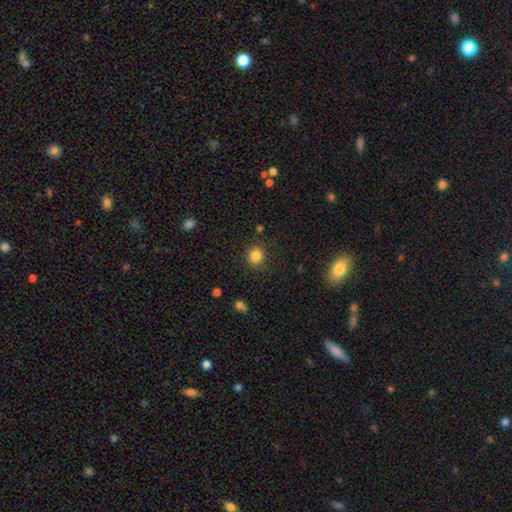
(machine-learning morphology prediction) smooth-or-featured: smooth: 84% | star or artifact: 12% | featured or disk: 4%
  how-rounded: round: 87% | in between: 12% | cigar-shaped: 1%
  merging: none: 87% | minor disturbance: 8% | major disturbance: 3% | merger: 2%